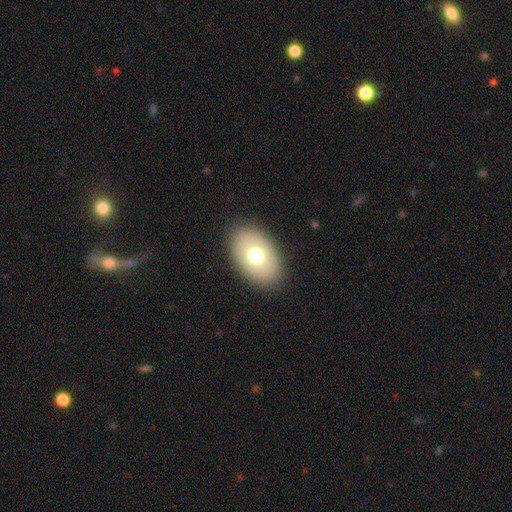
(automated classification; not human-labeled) smooth_or_featured: smooth (p=0.71) [alt: featured or disk p=0.20]
how_rounded: in between (p=0.88) [alt: round p=0.11]
merging: none (p=0.88) [alt: minor disturbance p=0.08]